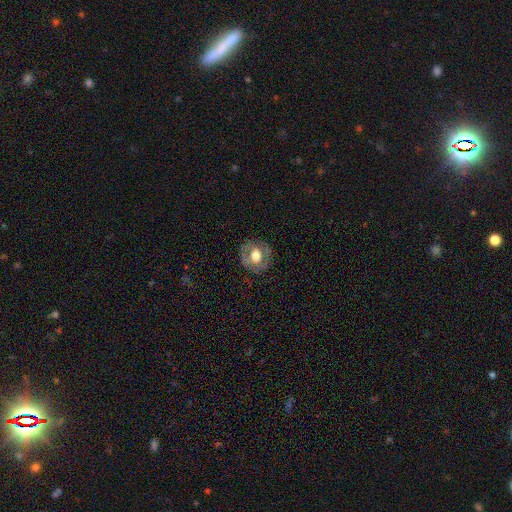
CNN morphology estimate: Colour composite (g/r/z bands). It shows a featured or disk galaxy (47%). Merging: none (78%).